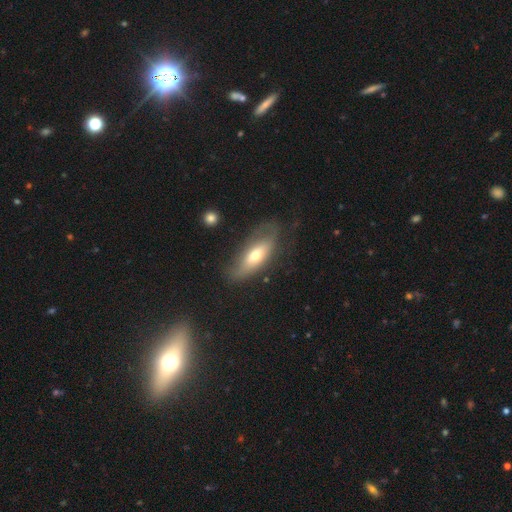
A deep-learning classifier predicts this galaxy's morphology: smooth_or_featured: smooth (p=0.51) [alt: featured or disk p=0.42]
how_rounded: in between (p=0.69) [alt: cigar-shaped p=0.28]
merging: none (p=0.55) [alt: minor disturbance p=0.26]